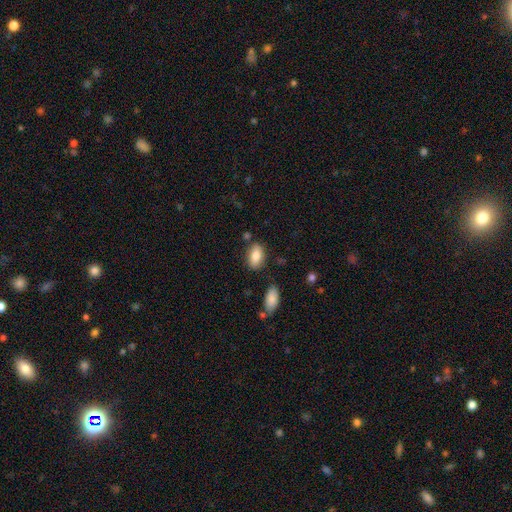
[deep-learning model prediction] Q: Smooth or featured?
A: smooth (83%); runner-up: featured or disk (9%)
Q: How rounded?
A: in between (91%); runner-up: round (6%)
Q: Merging?
A: none (79%); runner-up: minor disturbance (13%)